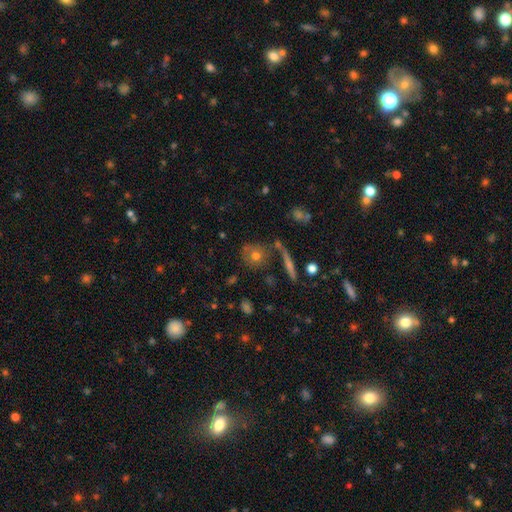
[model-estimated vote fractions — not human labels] Morphology: type=smooth (65%); roundness=round (81%); merging=none (65%).